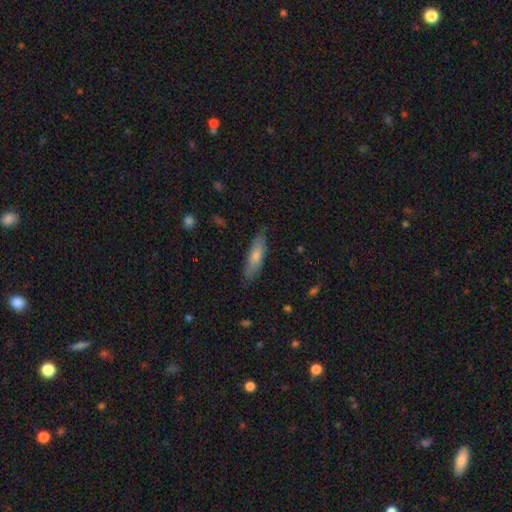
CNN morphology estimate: Smooth or featured: smooth — 59% (featured or disk — 34%)
How rounded: cigar-shaped — 66% (in between — 32%)
Merging: none — 82% (minor disturbance — 14%)